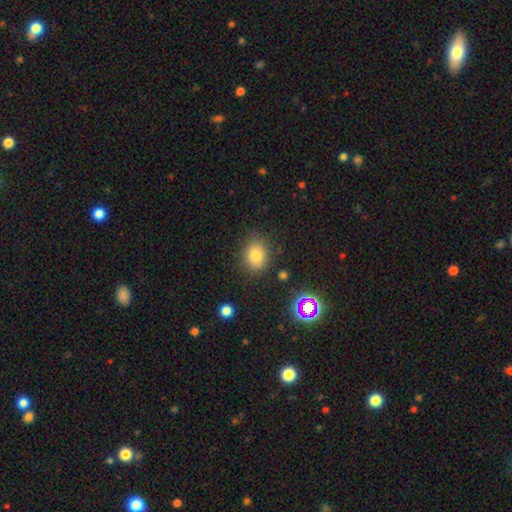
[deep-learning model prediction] Overall: smooth (77%). How rounded: round (58%; in between 41%). Merging: none (82%).